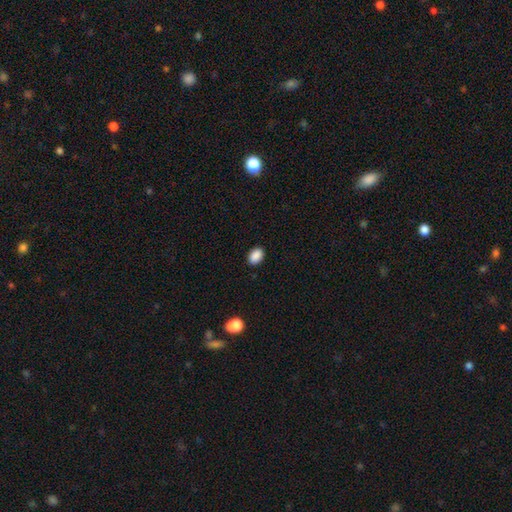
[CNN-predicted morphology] A smooth galaxy with no disk features (89%) that is in between round and cigar-shaped (81%).

Vote fractions:
- Smooth or featured? smooth: 89% / star or artifact: 8% / featured or disk: 3%
- How rounded? in between: 81% / round: 18% / cigar-shaped: 1%
- Merging? none: 89% / minor disturbance: 8% / major disturbance: 2% / merger: 1%